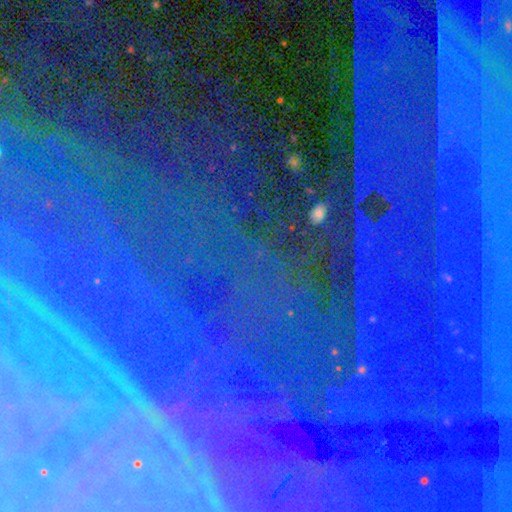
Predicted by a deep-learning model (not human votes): Q: Smooth or featured?
A: star or artifact (81%); runner-up: featured or disk (11%)